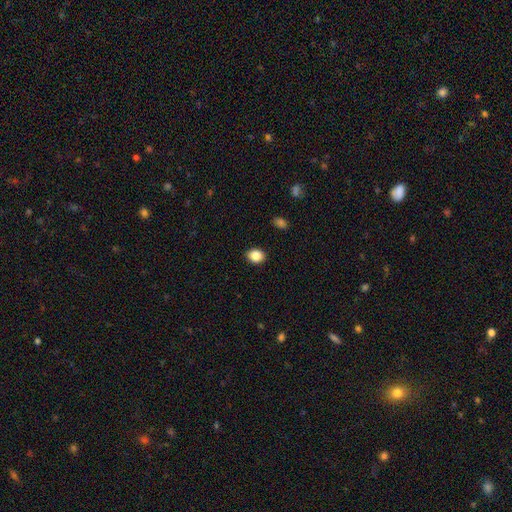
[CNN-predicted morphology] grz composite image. It shows a smooth galaxy with no disk features (86%) that is in between round and cigar-shaped (53%). Merging: none (90%).